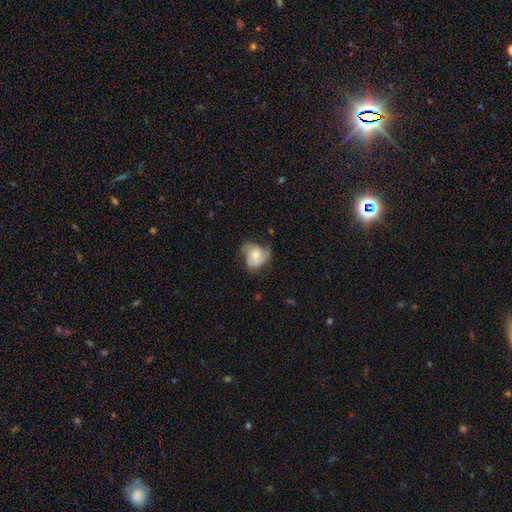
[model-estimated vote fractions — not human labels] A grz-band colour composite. It shows a smooth galaxy with no disk features (48%). Merging: none (38%).